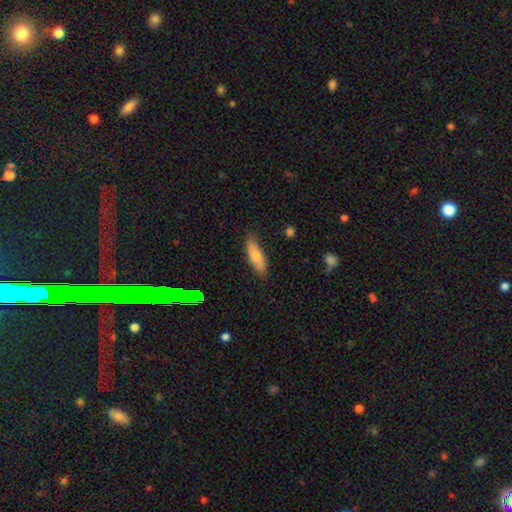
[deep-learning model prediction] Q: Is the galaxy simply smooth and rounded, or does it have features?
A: smooth — 68%.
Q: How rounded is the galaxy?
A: cigar-shaped — 52%.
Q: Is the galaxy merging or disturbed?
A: none — 83%.